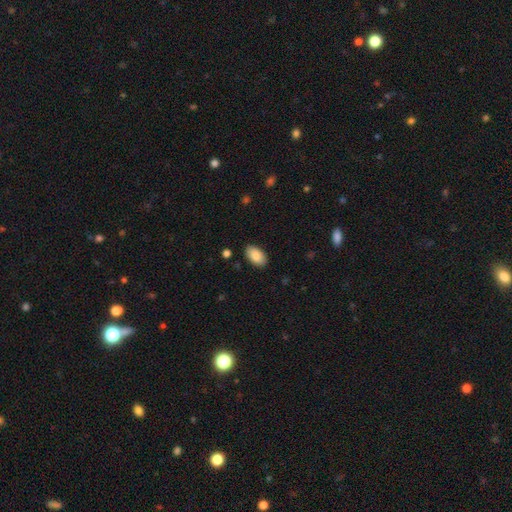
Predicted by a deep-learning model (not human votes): A smooth galaxy with no disk features (88%) that is in between round and cigar-shaped (95%).

Vote fractions:
- Smooth or featured? smooth: 88% / star or artifact: 7% / featured or disk: 6%
- How rounded? in between: 95% / round: 3% / cigar-shaped: 2%
- Merging? none: 87% / minor disturbance: 9% / major disturbance: 2% / merger: 1%